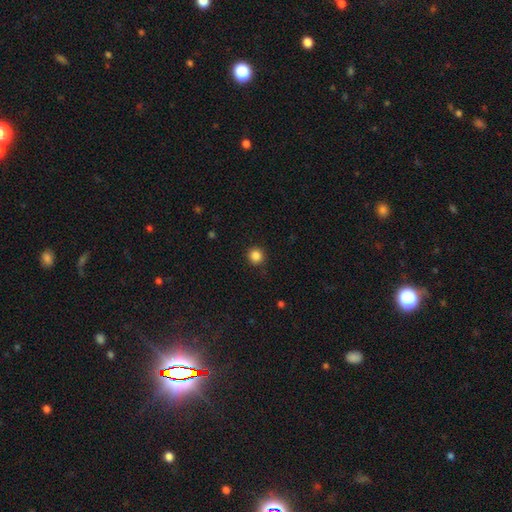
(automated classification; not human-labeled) A smooth galaxy with no disk features (85%) that is round (92%). Merging: none (90%).